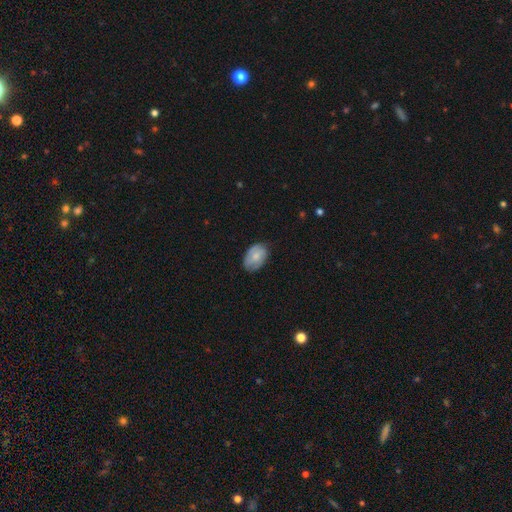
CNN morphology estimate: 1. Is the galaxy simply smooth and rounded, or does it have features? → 70% smooth, 23% featured or disk, 7% star or artifact.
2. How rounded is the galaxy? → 86% in between, 13% round, 1% cigar-shaped.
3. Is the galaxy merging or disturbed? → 71% none, 24% minor disturbance, 4% major disturbance, 1% merger.